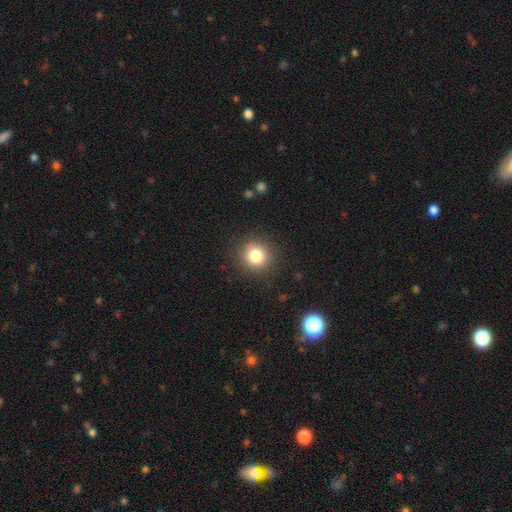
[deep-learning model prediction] A smooth galaxy with no disk features (81%) that is round (91%). Merging: none (89%).